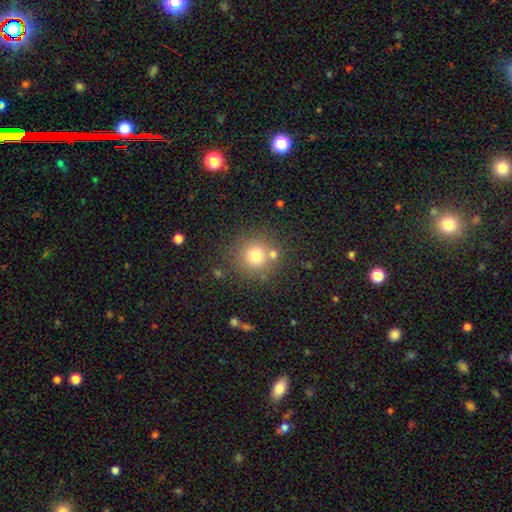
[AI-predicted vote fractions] Smooth or featured: smooth — 75% (star or artifact — 14%)
How rounded: round — 93% (in between — 6%)
Merging: none — 74% (merger — 13%)